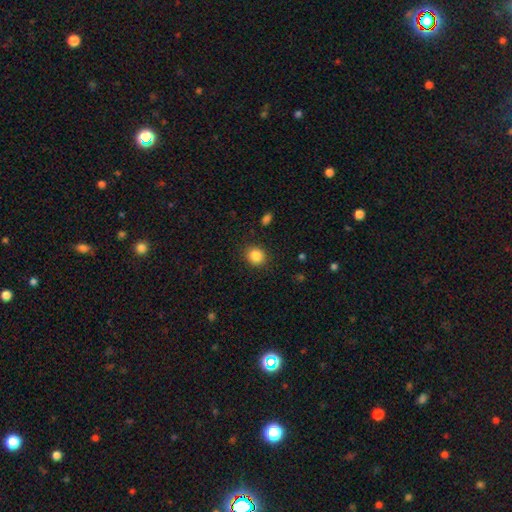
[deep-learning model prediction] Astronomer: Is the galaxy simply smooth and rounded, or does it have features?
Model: smooth — 86%.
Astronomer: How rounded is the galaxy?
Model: round — 79%.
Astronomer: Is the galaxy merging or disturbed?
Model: none — 88%.